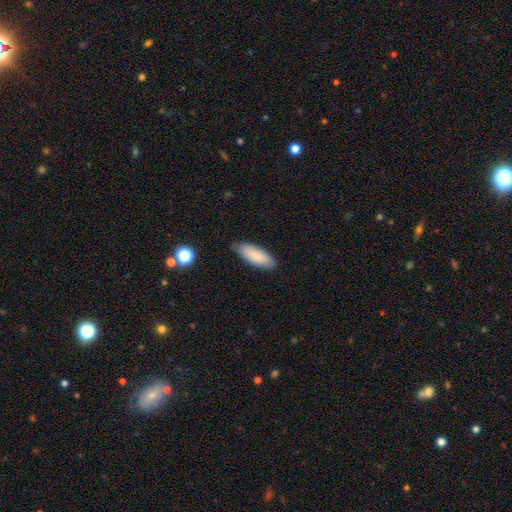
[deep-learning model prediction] smooth-or-featured: smooth: 86% | featured or disk: 8% | star or artifact: 6%
  how-rounded: in between: 68% | cigar-shaped: 30% | round: 2%
  merging: none: 82% | minor disturbance: 14% | major disturbance: 2% | merger: 1%